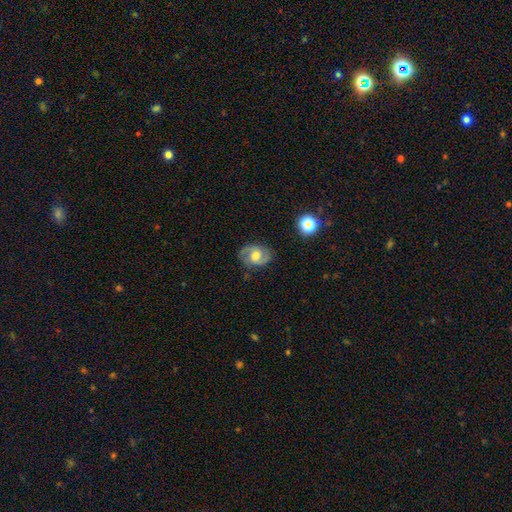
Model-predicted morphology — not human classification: Q: Smooth or featured?
A: featured or disk (71%); runner-up: smooth (21%)
Q: Edge-on disk?
A: no (97%); runner-up: yes (3%)
Q: Bar?
A: no (50%); runner-up: weak (41%)
Q: Spiral arms?
A: yes (91%); runner-up: no (9%)
Q: Spiral winding?
A: medium (52%); runner-up: tight (27%)
Q: Spiral arm count?
A: 2 (90%); runner-up: can't tell (5%)
Q: Bulge size?
A: moderate (68%); runner-up: small (17%)
Q: Merging?
A: none (80%); runner-up: minor disturbance (14%)